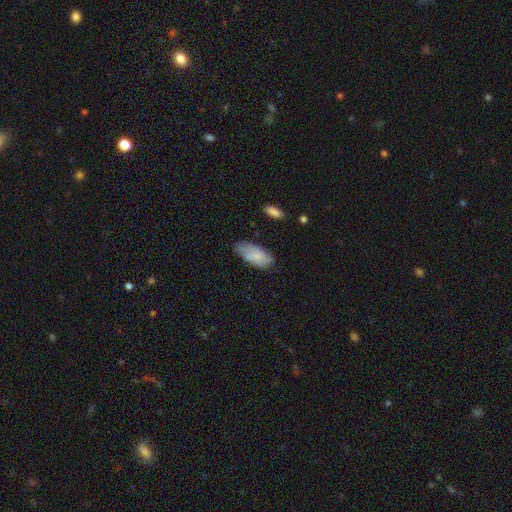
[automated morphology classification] A smooth galaxy with no disk features (74%) that is in between round and cigar-shaped (89%).

Vote fractions:
- Smooth or featured? smooth: 74% / featured or disk: 20% / star or artifact: 6%
- How rounded? in between: 89% / cigar-shaped: 9% / round: 2%
- Merging? none: 63% / minor disturbance: 29% / major disturbance: 6% / merger: 3%